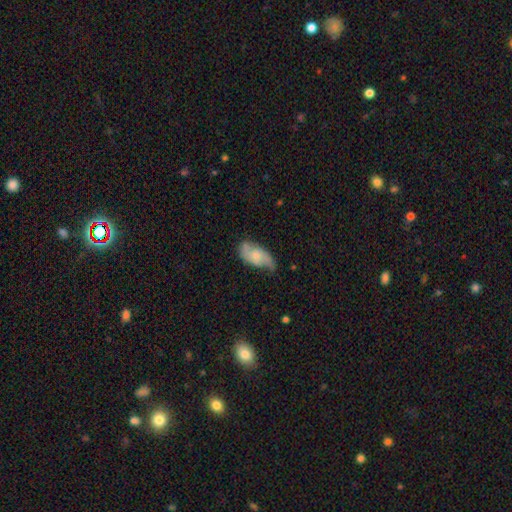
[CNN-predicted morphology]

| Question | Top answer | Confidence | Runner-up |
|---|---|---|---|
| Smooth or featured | featured or disk | 60% | smooth (33%) |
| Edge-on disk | no | 94% | yes (6%) |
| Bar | no | 73% | weak (23%) |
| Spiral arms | yes | 88% | no (12%) |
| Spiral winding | loose | 44% | medium (38%) |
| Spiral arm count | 2 | 83% | can't tell (9%) |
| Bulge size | small | 56% | moderate (35%) |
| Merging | none | 55% | minor disturbance (32%) |